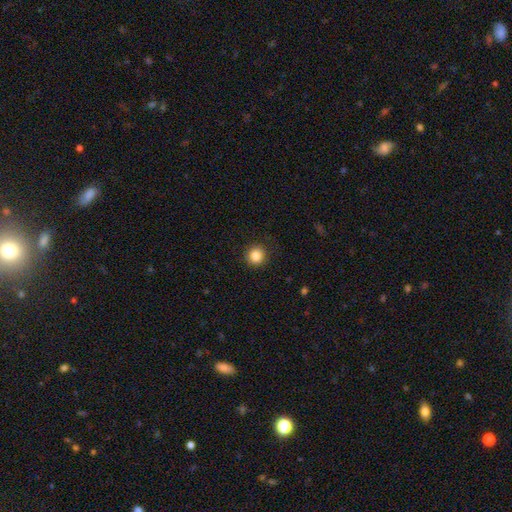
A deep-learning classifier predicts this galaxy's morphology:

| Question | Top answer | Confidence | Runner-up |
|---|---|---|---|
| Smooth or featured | smooth | 85% | star or artifact (10%) |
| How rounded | round | 92% | in between (7%) |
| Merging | none | 91% | minor disturbance (6%) |